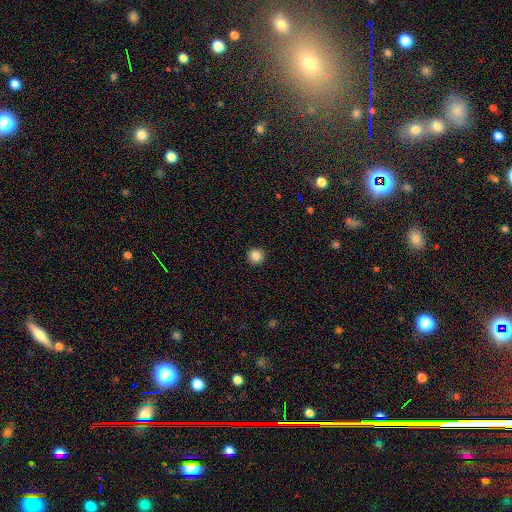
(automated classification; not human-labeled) A smooth galaxy with no disk features (86%) that is round (95%).

Vote fractions:
- Smooth or featured? smooth: 86% / star or artifact: 10% / featured or disk: 4%
- How rounded? round: 95% / in between: 4% / cigar-shaped: 1%
- Merging? none: 93% / minor disturbance: 5% / major disturbance: 2% / merger: 1%